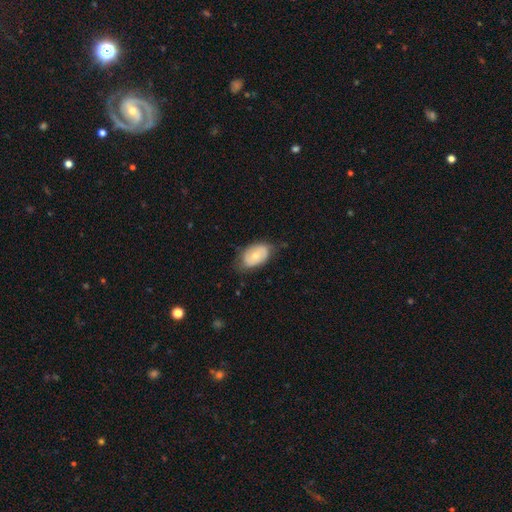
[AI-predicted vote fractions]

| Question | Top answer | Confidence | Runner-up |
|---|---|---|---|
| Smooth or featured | smooth | 58% | featured or disk (35%) |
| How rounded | in between | 89% | round (9%) |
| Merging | none | 66% | minor disturbance (27%) |